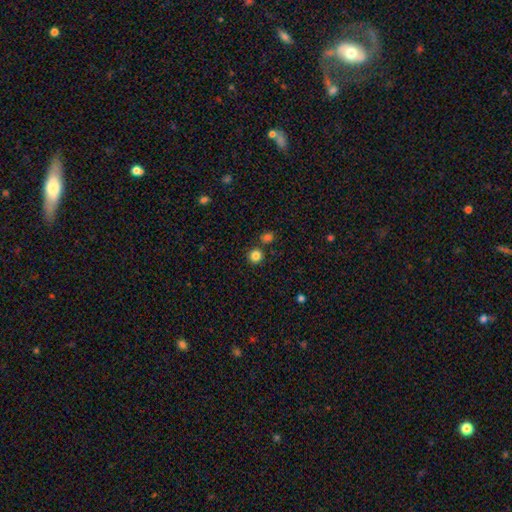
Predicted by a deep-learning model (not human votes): smooth-or-featured: smooth: 84% | star or artifact: 12% | featured or disk: 4%
  how-rounded: round: 94% | in between: 6% | cigar-shaped: 1%
  merging: none: 83% | merger: 8% | minor disturbance: 6% | major disturbance: 2%